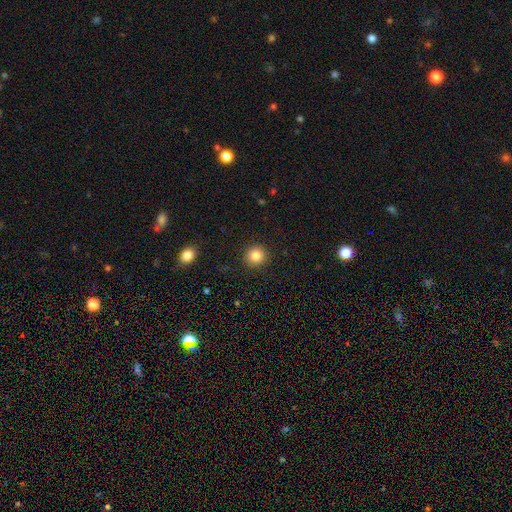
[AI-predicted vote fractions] Smooth or featured? smooth (85%)
How rounded? round (91%)
Merging? none (91%)